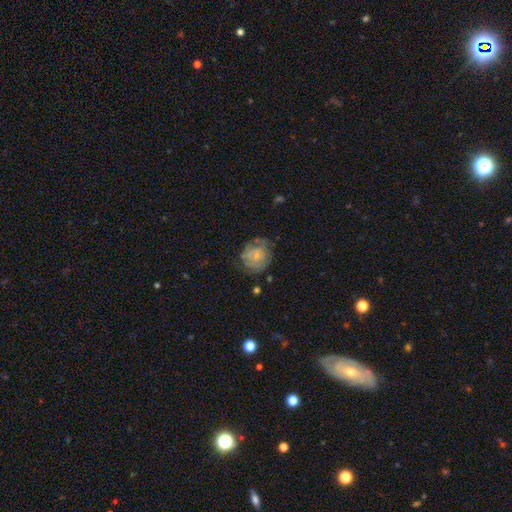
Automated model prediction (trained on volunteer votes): The model was most divided on "smooth or featured": featured or disk: 55%, smooth: 37%, star or artifact: 8%. More confident: edge-on disk — no (98%); bar — no (75%); spiral arms — yes (66%); merging — none (58%); bulge size — small (57%).